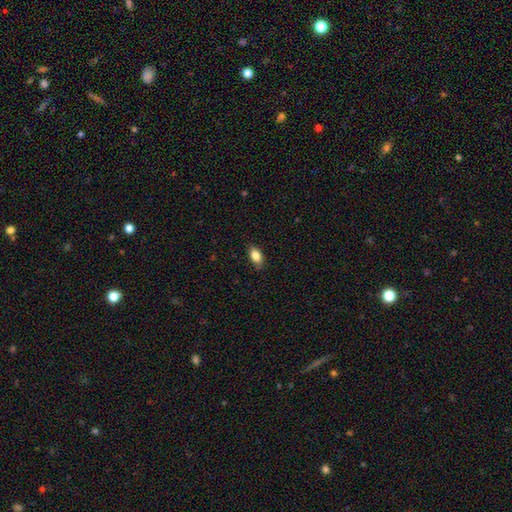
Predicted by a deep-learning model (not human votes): This is clearly a smooth galaxy (84%). How rounded: clearly in between (89%). Merging: clearly none (85%).